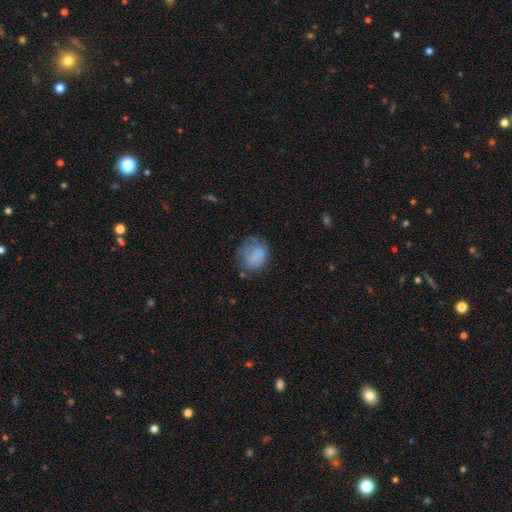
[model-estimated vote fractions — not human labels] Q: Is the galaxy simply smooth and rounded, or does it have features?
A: smooth — 67%.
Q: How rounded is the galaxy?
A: round — 61%.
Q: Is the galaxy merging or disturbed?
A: none — 49%.